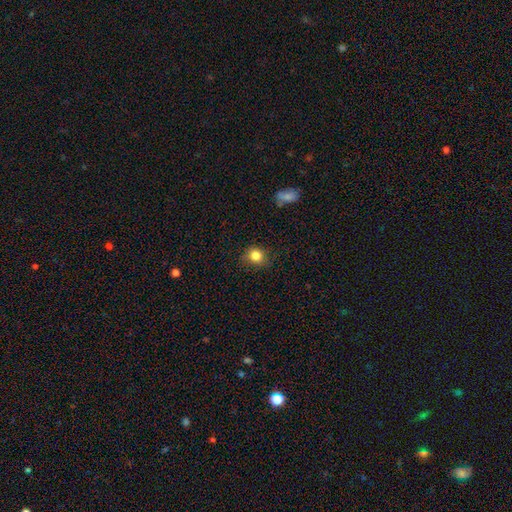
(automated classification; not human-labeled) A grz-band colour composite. It shows a smooth galaxy with no disk features (83%) that is round (79%). Merging: none (80%).